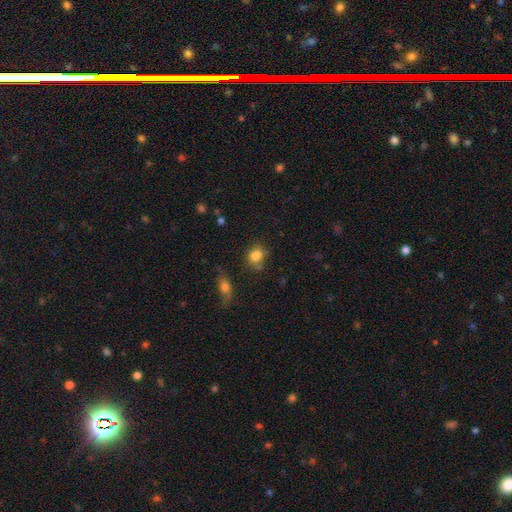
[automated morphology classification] The model was most divided on "how rounded": round: 53%, in between: 46%, cigar-shaped: 2%. More confident: smooth or featured — smooth (80%); merging — none (60%).